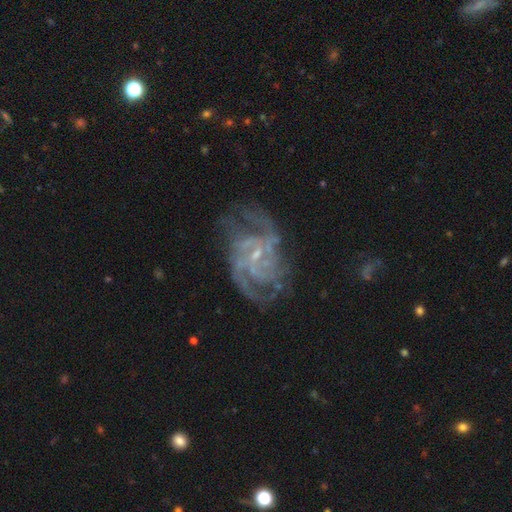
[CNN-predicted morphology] featured or disk 88%, star or artifact 7%, smooth 5%. Down the decision tree: edge-on disk — no (98%); bar — weak (46%); spiral arms — yes (95%); spiral arm count — can't tell (24%); spiral winding — medium (47%); bulge size — small (76%); merging — none (61%).